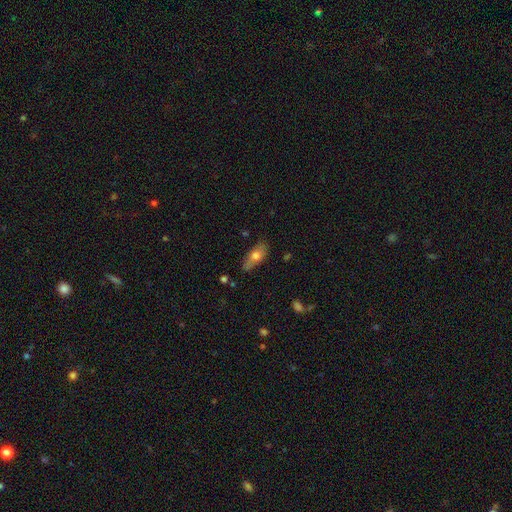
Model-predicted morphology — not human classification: This is likely a smooth galaxy (66%). How rounded: likely in between (76%). Merging: likely none (68%).